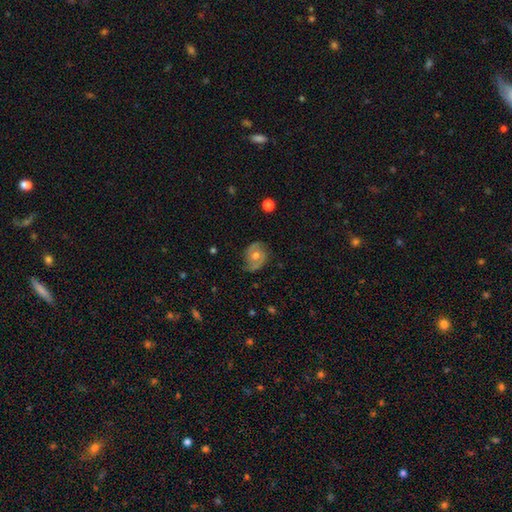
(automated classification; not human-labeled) A featured or disk galaxy (72%) with no bar (61%), 2 (86%) medium (48%) spiral arms (88%) and a moderate central bulge (71%).

Vote fractions:
- Smooth or featured? featured or disk: 72% / smooth: 20% / star or artifact: 8%
- Edge-on disk? no: 97% / yes: 3%
- Bar? no: 61% / weak: 32% / strong: 7%
- Spiral arms? yes: 88% / no: 12%
- Spiral winding? medium: 48% / tight: 33% / loose: 19%
- Spiral arm count? 2: 86% / can't tell: 7% / 1: 3% / 3: 2% / 4: 1% / more than 4: 1%
- Bulge size? moderate: 71% / small: 21% / large: 5% / none: 2% / dominant: 1%
- Merging? none: 79% / minor disturbance: 16% / major disturbance: 5% / merger: 1%